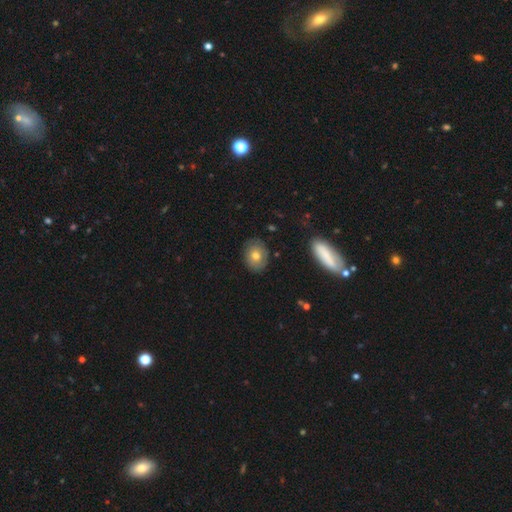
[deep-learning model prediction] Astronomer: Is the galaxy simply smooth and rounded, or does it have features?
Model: smooth — 69%.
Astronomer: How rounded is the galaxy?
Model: in between — 55% (runner-up: round, 44%).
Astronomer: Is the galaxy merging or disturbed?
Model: none — 82%.